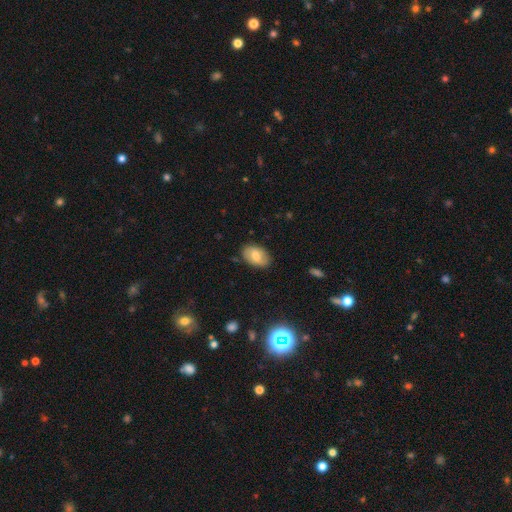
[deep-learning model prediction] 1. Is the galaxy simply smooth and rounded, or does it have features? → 63% smooth, 29% featured or disk, 8% star or artifact.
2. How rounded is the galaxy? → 90% in between, 8% round, 1% cigar-shaped.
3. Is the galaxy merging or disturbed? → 81% none, 14% minor disturbance, 3% major disturbance, 1% merger.